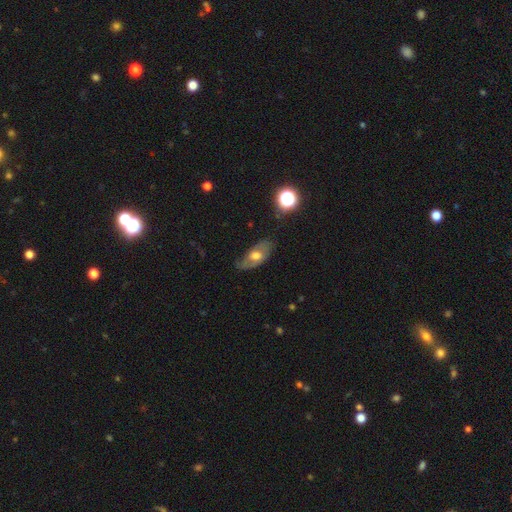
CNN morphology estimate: This appears to be a featured or disk galaxy (52%). Merging: none (61%).